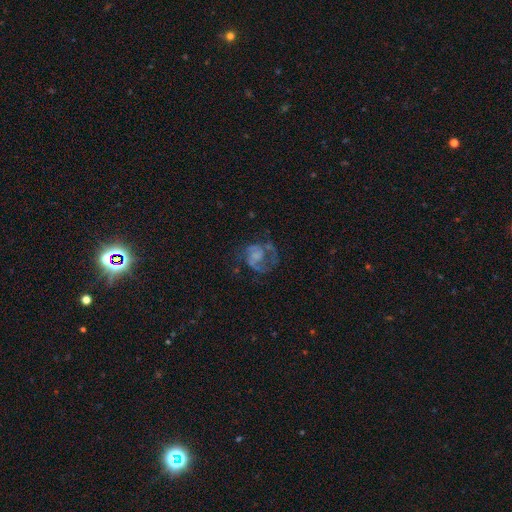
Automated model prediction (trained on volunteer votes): Smooth or featured? Predicted: featured or disk (p=0.61). Edge-on disk? Predicted: no (p=0.98). Bar? Predicted: no (p=0.79). Spiral arms? Predicted: yes (p=0.53). Bulge size? Predicted: none (p=0.45). Merging? Predicted: major disturbance (p=0.39).